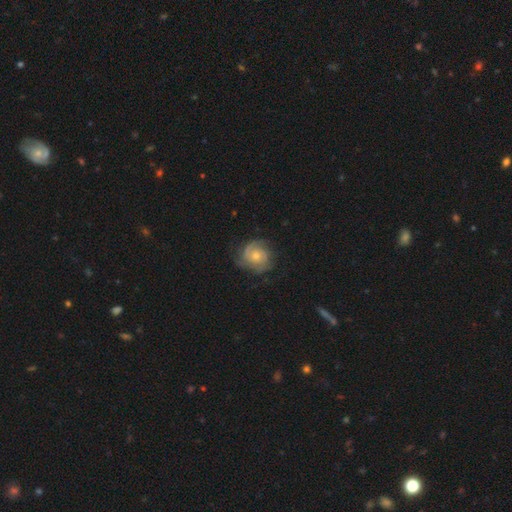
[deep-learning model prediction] A featured or disk galaxy (67%) with no bar (78%), 2 (42%) tight (50%) spiral arms (90%) and a small central bulge (49%).

Vote fractions:
- Smooth or featured? featured or disk: 67% / smooth: 27% / star or artifact: 7%
- Edge-on disk? no: 98% / yes: 2%
- Bar? no: 78% / weak: 19% / strong: 3%
- Spiral arms? yes: 90% / no: 10%
- Spiral winding? tight: 50% / medium: 36% / loose: 14%
- Spiral arm count? 2: 42% / can't tell: 25% / 3: 18% / 1: 7% / 4: 4% / more than 4: 4%
- Bulge size? small: 49% / moderate: 45% / large: 3% / none: 2% / dominant: 1%
- Merging? none: 69% / minor disturbance: 21% / major disturbance: 9% / merger: 1%